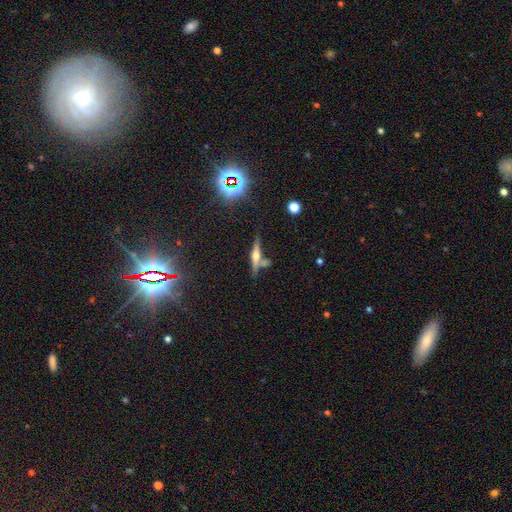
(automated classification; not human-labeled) Smooth or featured? featured or disk (62%)
Edge-on disk? yes (94%)
Edge-on bulge? rounded (91%)
Merging? none (63%)